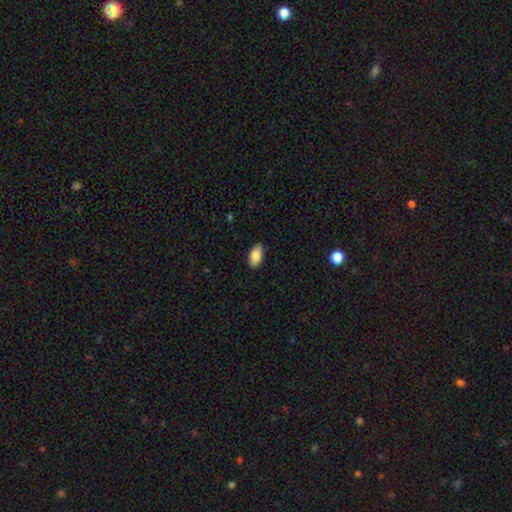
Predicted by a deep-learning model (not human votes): Smooth or featured: smooth — 88% (star or artifact — 7%)
How rounded: in between — 95% (round — 3%)
Merging: none — 87% (minor disturbance — 10%)